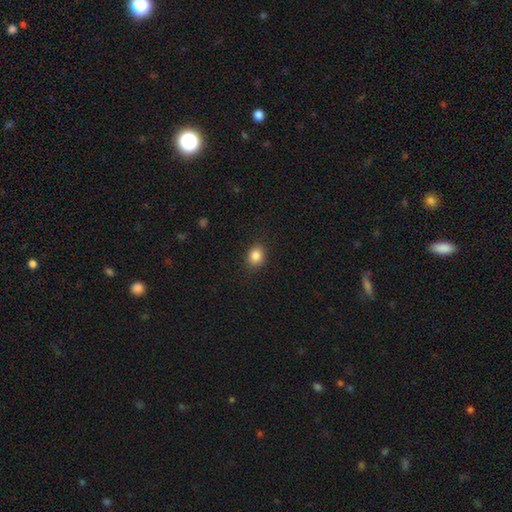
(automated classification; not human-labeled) A smooth galaxy with no disk features (85%) that is round (51%).

Vote fractions:
- Smooth or featured? smooth: 85% / star or artifact: 10% / featured or disk: 5%
- How rounded? round: 51% / in between: 48% / cigar-shaped: 1%
- Merging? none: 87% / minor disturbance: 9% / major disturbance: 3% / merger: 1%